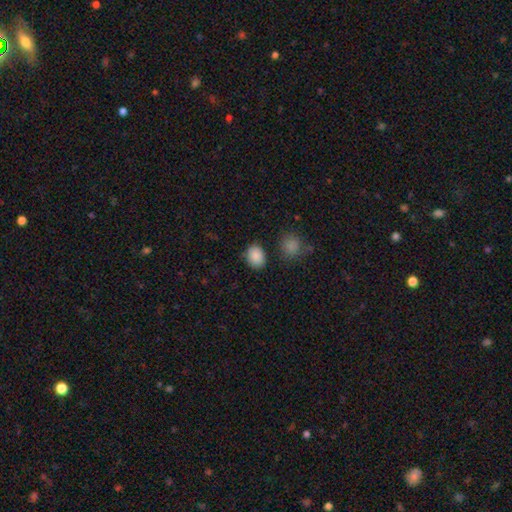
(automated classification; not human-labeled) The model was most divided on "how rounded": in between: 57%, round: 42%, cigar-shaped: 1%. More confident: smooth or featured — smooth (87%); merging — none (80%).